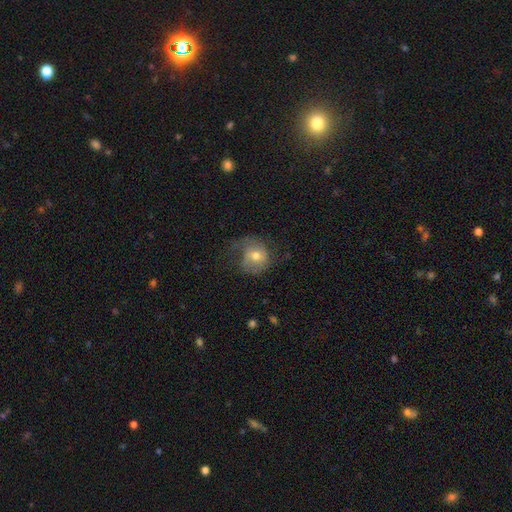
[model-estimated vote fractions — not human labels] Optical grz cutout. It shows a smooth galaxy with no disk features (49%). Merging: none (40%).